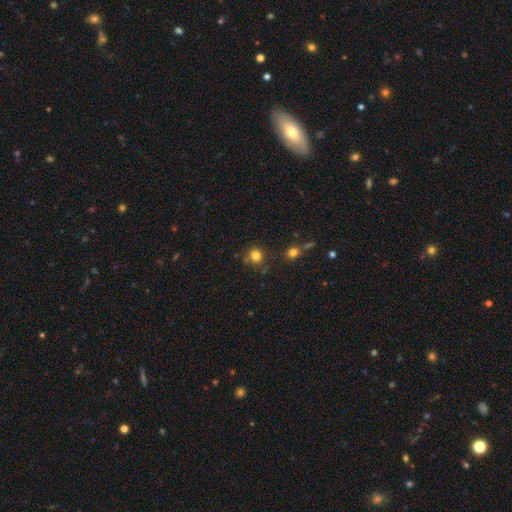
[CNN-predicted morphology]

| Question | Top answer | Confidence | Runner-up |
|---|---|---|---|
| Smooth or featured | smooth | 80% | star or artifact (14%) |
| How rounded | round | 89% | in between (10%) |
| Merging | none | 78% | minor disturbance (11%) |